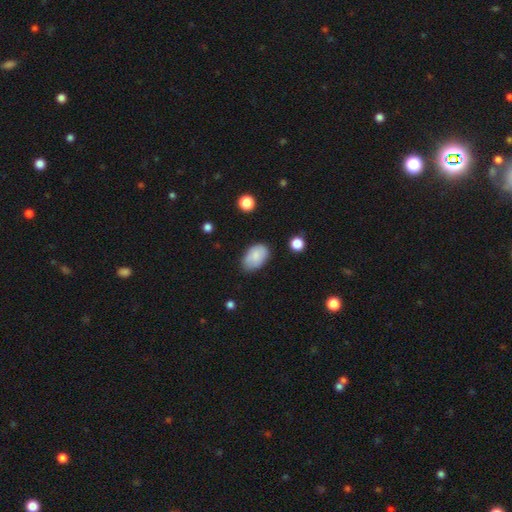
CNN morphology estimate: smooth 83%, featured or disk 10%, star or artifact 7%. Down the decision tree: how rounded — in between (91%); merging — none (73%).